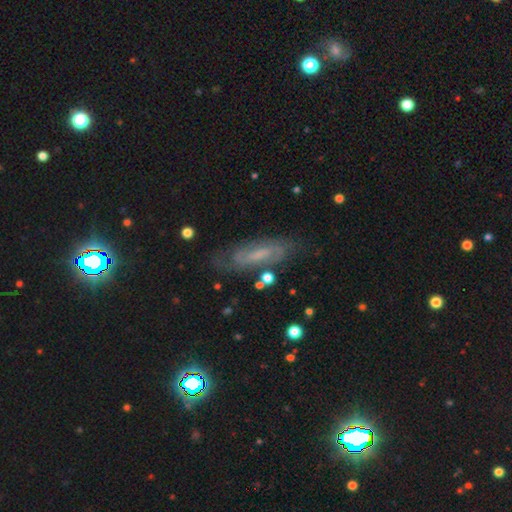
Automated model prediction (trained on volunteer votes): Smooth or featured?
  - featured or disk: 64% *
  - smooth: 24%
  - star or artifact: 12%
Edge-on disk?
  - no: 78% *
  - yes: 22%
Bar?
  - weak: 46% *
  - no: 35%
  - strong: 18%
Spiral arms?
  - yes: 85% *
  - no: 15%
Bulge size?
  - small: 43% *
  - moderate: 27%
  - none: 25%
  - large: 4%
  - dominant: 1%
Merging?
  - none: 74% *
  - minor disturbance: 17%
  - major disturbance: 7%
  - merger: 3%